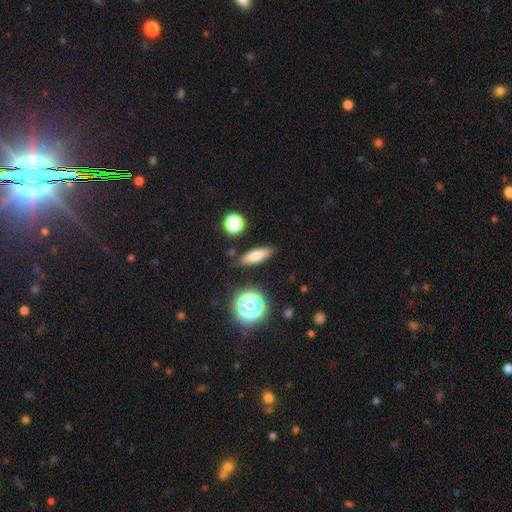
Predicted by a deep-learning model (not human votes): The model was most divided on "how rounded": cigar-shaped: 50%, in between: 43%, round: 7%. More confident: merging — none (83%); smooth or featured — smooth (71%).